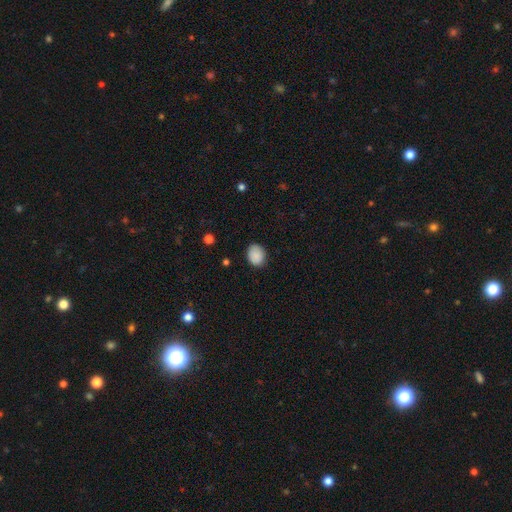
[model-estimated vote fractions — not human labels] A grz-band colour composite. It shows a smooth galaxy with no disk features (89%) that is round (54%). Merging: none (84%).